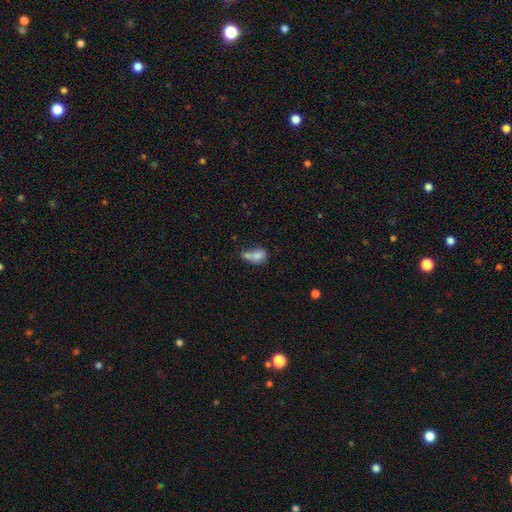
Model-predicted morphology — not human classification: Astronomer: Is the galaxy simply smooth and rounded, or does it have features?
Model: smooth — 74%.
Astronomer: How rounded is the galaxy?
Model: in between — 75%.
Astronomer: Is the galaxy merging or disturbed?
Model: merger — 54%.